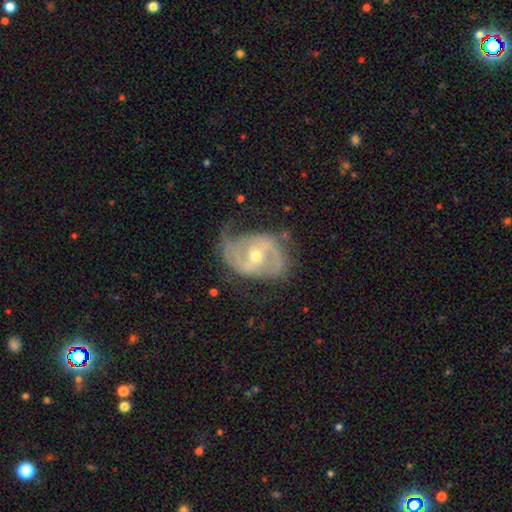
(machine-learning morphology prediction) smooth-or-featured: featured or disk: 83% | smooth: 12% | star or artifact: 6%
  disk-edge-on: no: 96% | yes: 4%
    bar: weak: 43% | no: 35% | strong: 22%
    has-spiral-arms: yes: 87% | no: 13%
      spiral-winding: medium: 43% | tight: 30% | loose: 28%
      spiral-arm-count: 2: 72% | can't tell: 12% | 1: 9% | 3: 4% | 4: 1% | more than 4: 1%
    bulge-size: moderate: 65% | small: 31% | large: 2% | none: 1% | dominant: 1%
  merging: none: 55% | minor disturbance: 27% | major disturbance: 17% | merger: 2%